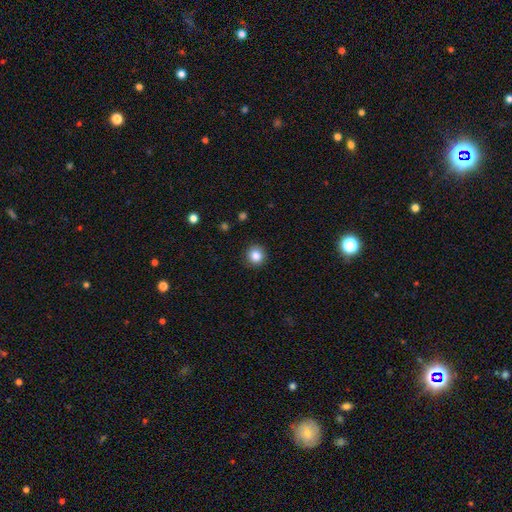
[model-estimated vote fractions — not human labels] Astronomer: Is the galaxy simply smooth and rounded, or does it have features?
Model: smooth — 85%.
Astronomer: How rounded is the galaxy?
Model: round — 92%.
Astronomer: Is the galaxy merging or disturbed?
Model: none — 89%.